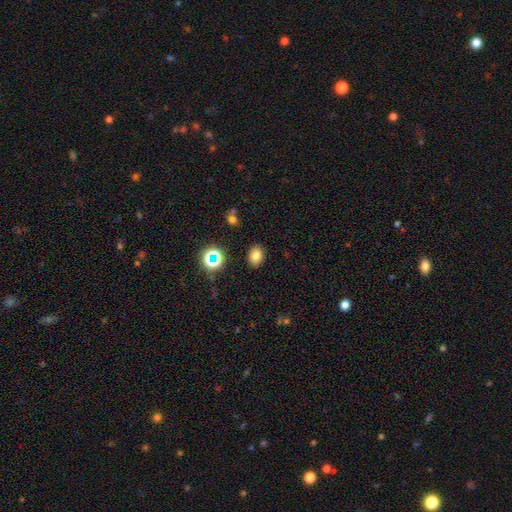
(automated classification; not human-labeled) A smooth galaxy with no disk features (77%) that is in between round and cigar-shaped (71%). Merging: none (87%).